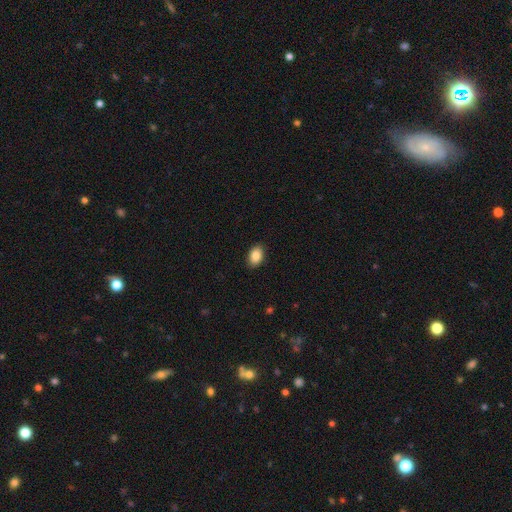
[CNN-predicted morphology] This appears to be a smooth galaxy with no disk features (87%) that is in between round and cigar-shaped (88%). Merging: none (89%).